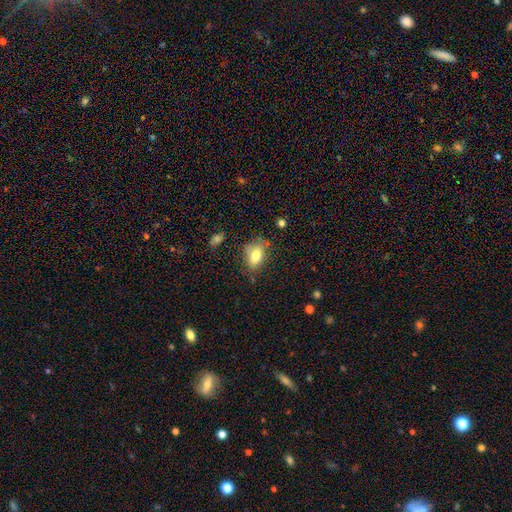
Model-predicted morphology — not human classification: A smooth galaxy with no disk features (76%) that is in between round and cigar-shaped (86%).

Vote fractions:
- Smooth or featured? smooth: 76% / featured or disk: 15% / star or artifact: 9%
- How rounded? in between: 86% / round: 10% / cigar-shaped: 4%
- Merging? none: 63% / minor disturbance: 25% / major disturbance: 7% / merger: 4%